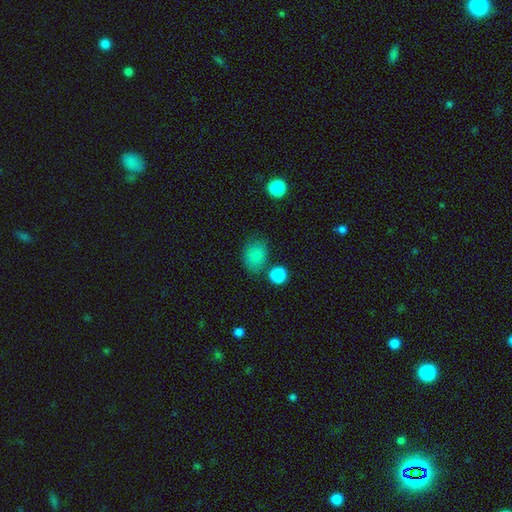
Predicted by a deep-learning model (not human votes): smooth-or-featured: smooth: 82% | star or artifact: 10% | featured or disk: 8%
  how-rounded: in between: 60% | round: 39% | cigar-shaped: 1%
  merging: none: 67% | minor disturbance: 18% | merger: 9% | major disturbance: 6%